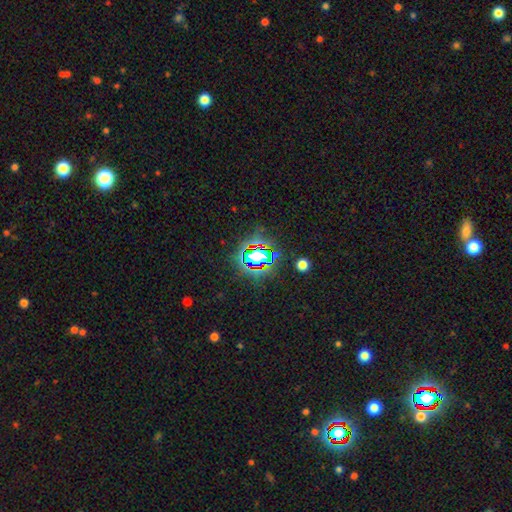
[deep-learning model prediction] smooth-or-featured: star or artifact: 67% | smooth: 20% | featured or disk: 12%